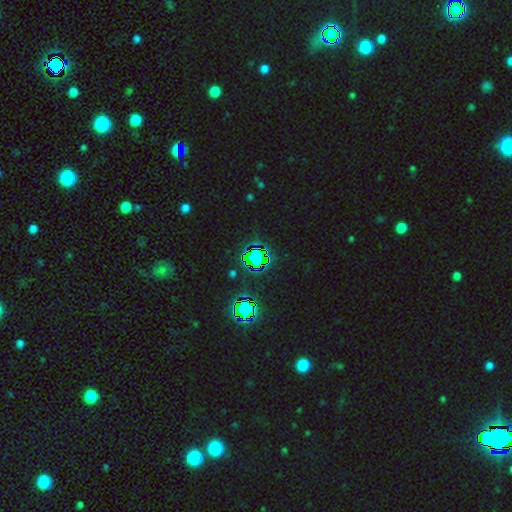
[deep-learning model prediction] Smooth or featured?
  - star or artifact: 80% *
  - smooth: 13%
  - featured or disk: 8%